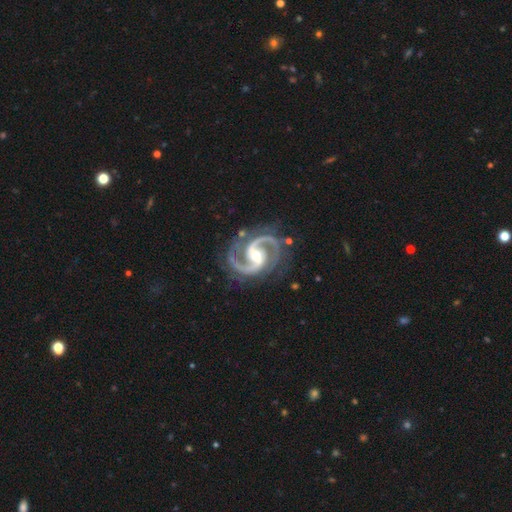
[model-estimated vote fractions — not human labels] Overall: featured or disk (95%). Edge-on disk: no (98%). Bar: weak (41%; strong 36%). Spiral arms: yes (99%). Spiral arm count: 2 (93%). Spiral winding: medium (71%). Bulge size: moderate (64%; small 30%). Merging: none (78%).